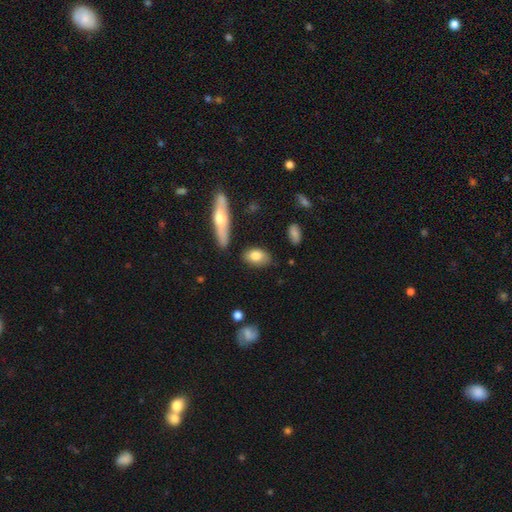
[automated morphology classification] Smooth or featured? smooth (77%)
How rounded? in between (88%)
Merging? none (76%)